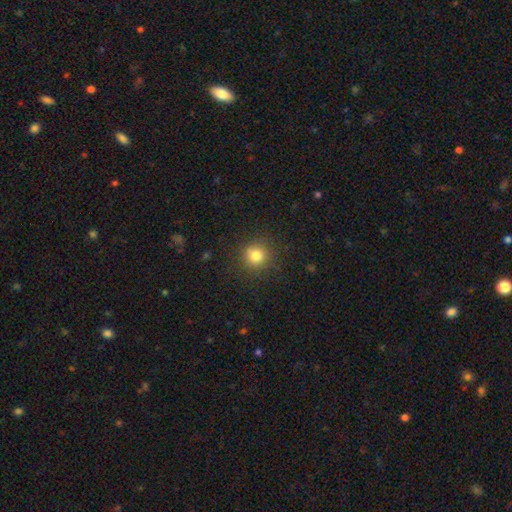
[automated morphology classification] Smooth or featured?
  - smooth: 81% *
  - star or artifact: 13%
  - featured or disk: 6%
How rounded?
  - round: 93% *
  - in between: 6%
  - cigar-shaped: 1%
Merging?
  - none: 88% *
  - minor disturbance: 7%
  - major disturbance: 3%
  - merger: 1%